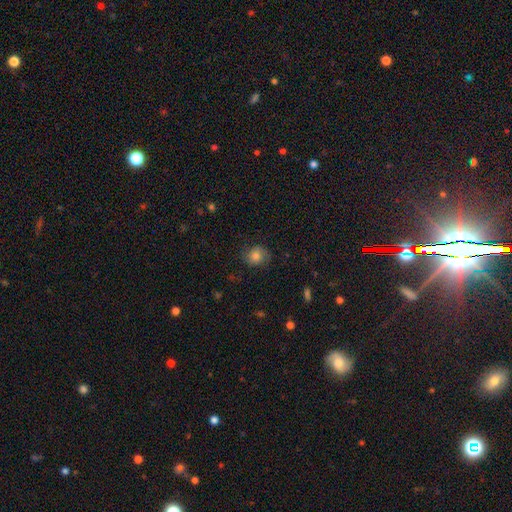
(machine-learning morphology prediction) Smooth or featured? smooth (70%)
How rounded? round (71%)
Merging? none (75%)